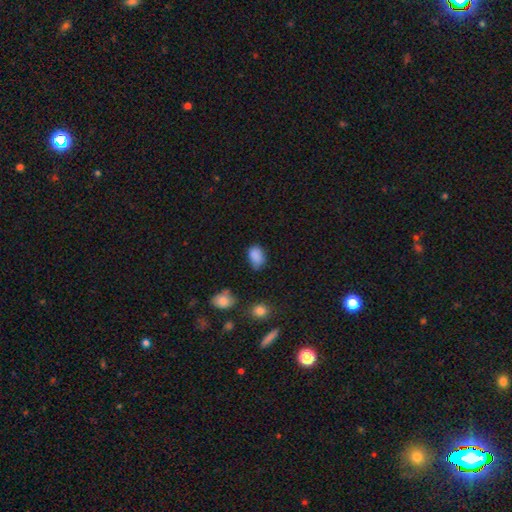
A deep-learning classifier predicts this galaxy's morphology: Overall: smooth (85%). How rounded: in between (81%). Merging: none (58%; minor disturbance 31%).